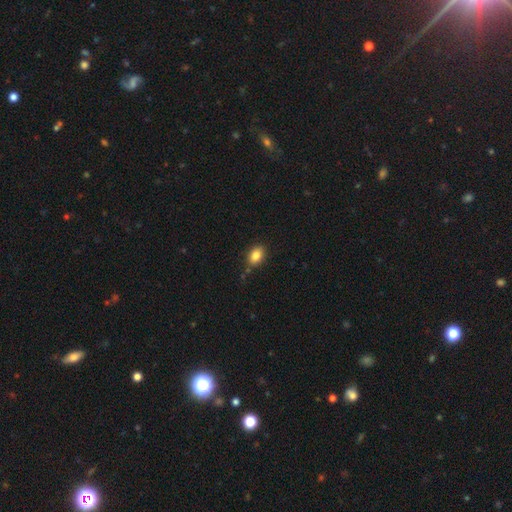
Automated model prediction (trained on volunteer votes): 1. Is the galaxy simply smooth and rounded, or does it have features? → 84% smooth, 9% star or artifact, 7% featured or disk.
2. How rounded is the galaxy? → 80% in between, 18% round, 2% cigar-shaped.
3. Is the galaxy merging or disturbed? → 80% none, 14% minor disturbance, 3% merger, 3% major disturbance.